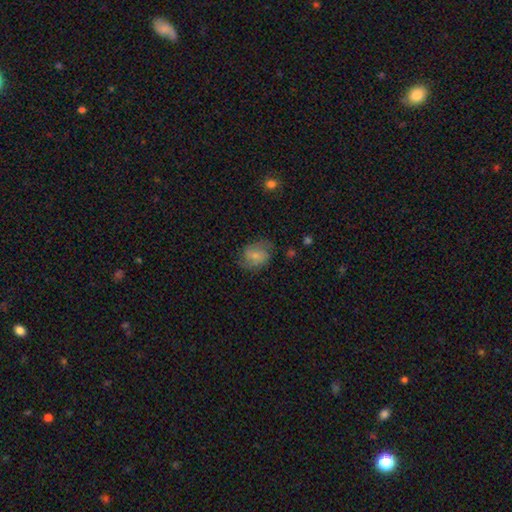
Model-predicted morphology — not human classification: smooth 55%, featured or disk 37%, star or artifact 8%. Down the decision tree: how rounded — in between (56%); merging — none (64%).